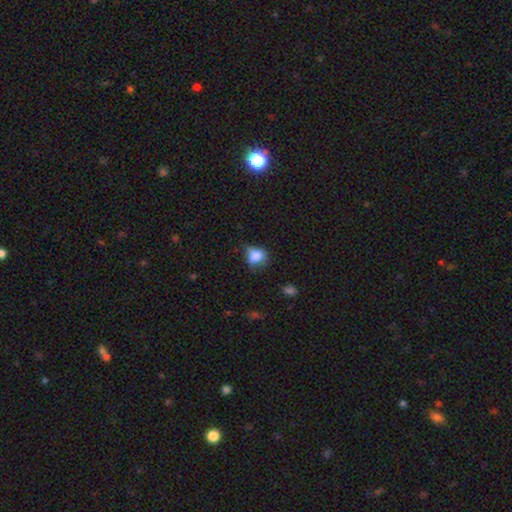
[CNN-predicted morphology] Smooth or featured: smooth — 78% (featured or disk — 11%)
How rounded: round — 53% (in between — 45%)
Merging: none — 43% (minor disturbance — 39%)